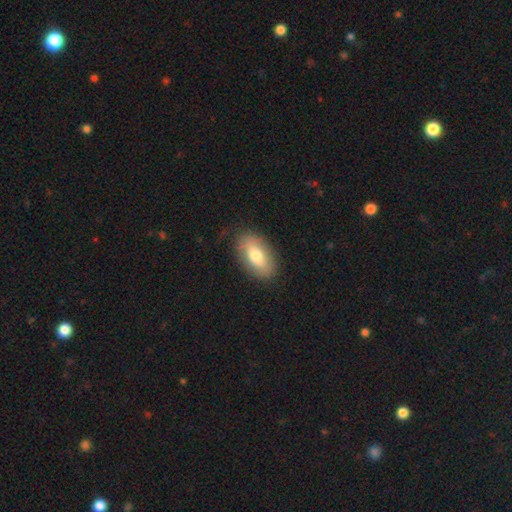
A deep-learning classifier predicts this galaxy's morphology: Smooth or featured: smooth — 72% (featured or disk — 22%)
How rounded: in between — 91% (round — 4%)
Merging: none — 83% (minor disturbance — 13%)